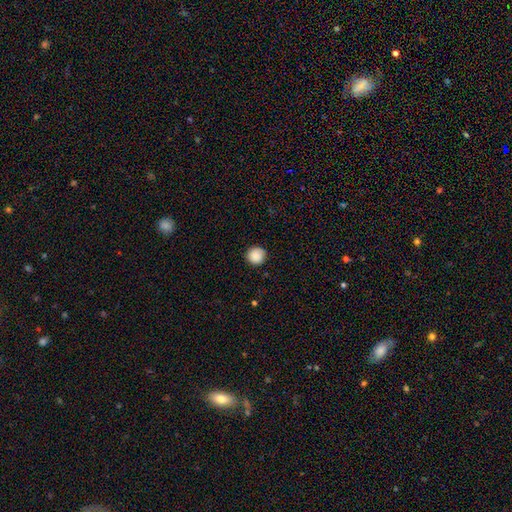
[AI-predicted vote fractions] This appears to be a smooth galaxy with no disk features (87%) that is round (94%). Merging: none (89%).